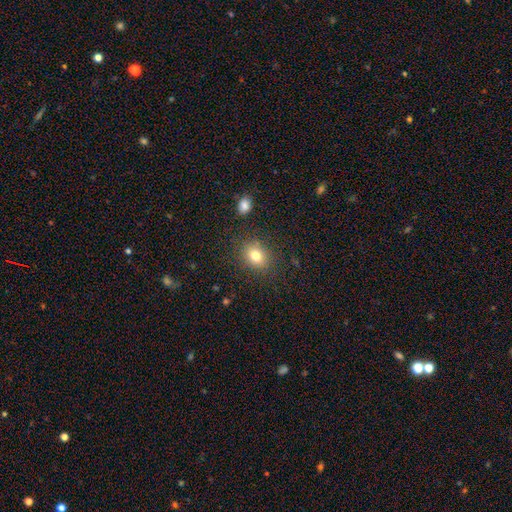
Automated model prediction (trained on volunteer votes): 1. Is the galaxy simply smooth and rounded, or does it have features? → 79% smooth, 12% star or artifact, 9% featured or disk.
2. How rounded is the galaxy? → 51% in between, 48% round, 1% cigar-shaped.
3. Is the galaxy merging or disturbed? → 84% none, 10% minor disturbance, 4% major disturbance, 2% merger.